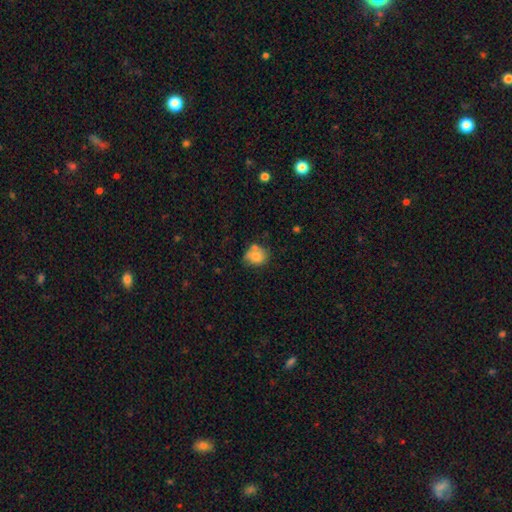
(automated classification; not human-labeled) Morphology: type=smooth (75%); roundness=round (63%); merging=none (49%).